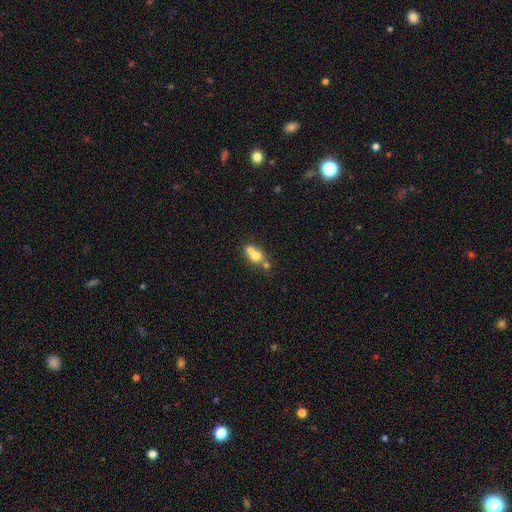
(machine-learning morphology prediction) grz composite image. It shows a smooth galaxy with no disk features (66%) that is round (60%). Merging: merger (61%).